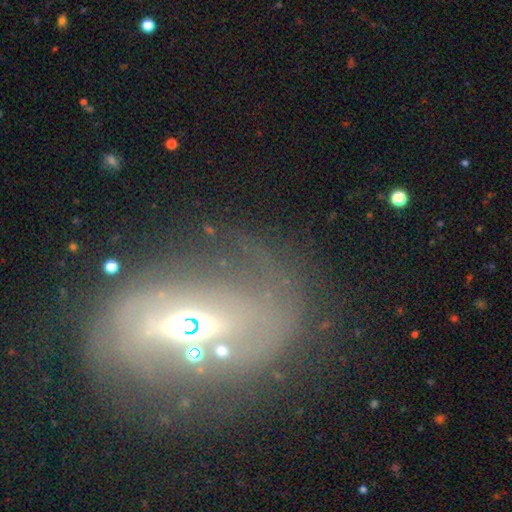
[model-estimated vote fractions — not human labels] This appears to be a featured or disk galaxy (68%) with no bar (44%), spiral arms (56%) and a moderate central bulge (61%). Merging: none (52%).